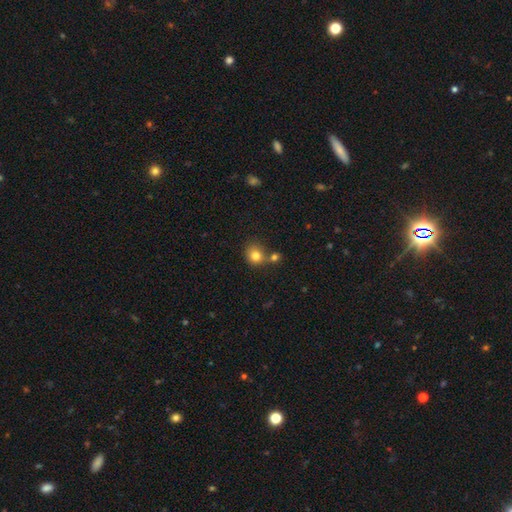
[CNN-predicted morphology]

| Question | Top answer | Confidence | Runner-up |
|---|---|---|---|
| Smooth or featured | smooth | 80% | star or artifact (12%) |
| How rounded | round | 81% | in between (19%) |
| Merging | none | 56% | merger (28%) |